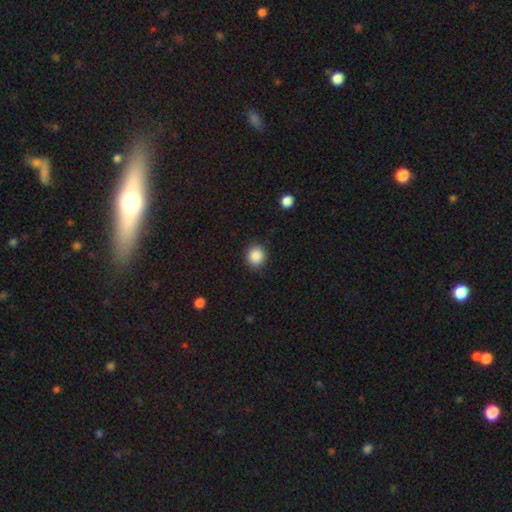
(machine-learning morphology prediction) A smooth galaxy with no disk features (88%) that is round (83%). Merging: none (89%).